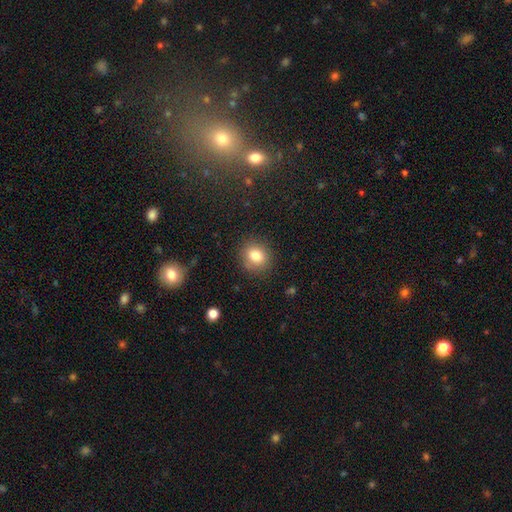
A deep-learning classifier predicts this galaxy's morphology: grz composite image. It shows a smooth galaxy with no disk features (81%) that is round (72%). Merging: none (84%).